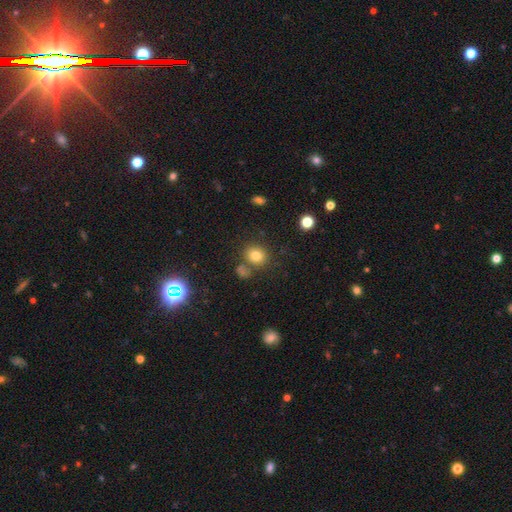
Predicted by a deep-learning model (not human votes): smooth-or-featured: smooth: 78% | star or artifact: 14% | featured or disk: 8%
  how-rounded: round: 77% | in between: 22% | cigar-shaped: 1%
  merging: none: 72% | merger: 12% | minor disturbance: 11% | major disturbance: 5%